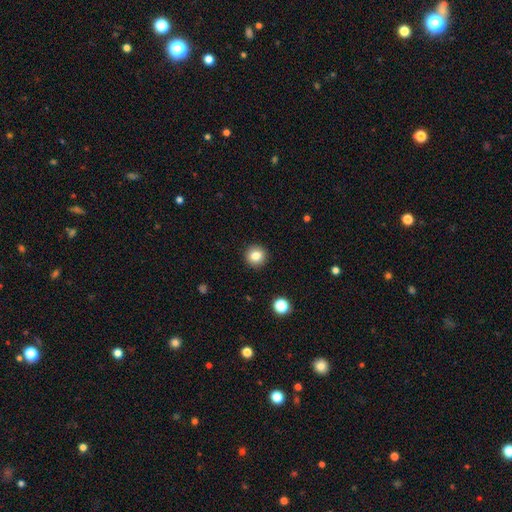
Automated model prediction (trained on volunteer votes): The model was most divided on "smooth or featured": smooth: 83%, star or artifact: 11%, featured or disk: 7%. More confident: how rounded — round (94%); merging — none (92%).